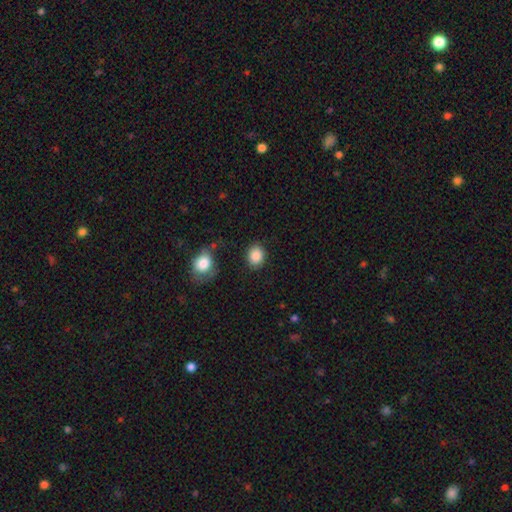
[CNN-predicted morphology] The model was most divided on "how rounded": round: 54%, in between: 45%, cigar-shaped: 1%. More confident: smooth or featured — smooth (87%); merging — none (84%).